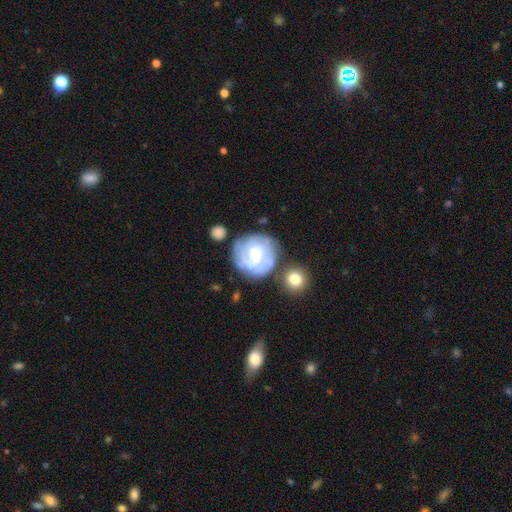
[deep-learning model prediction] featured or disk 71%, smooth 23%, star or artifact 6%. Down the decision tree: edge-on disk — no (97%); bar — no (46%); spiral arms — yes (85%); spiral arm count — can't tell (39%); spiral winding — tight (56%); bulge size — small (49%); merging — none (65%).